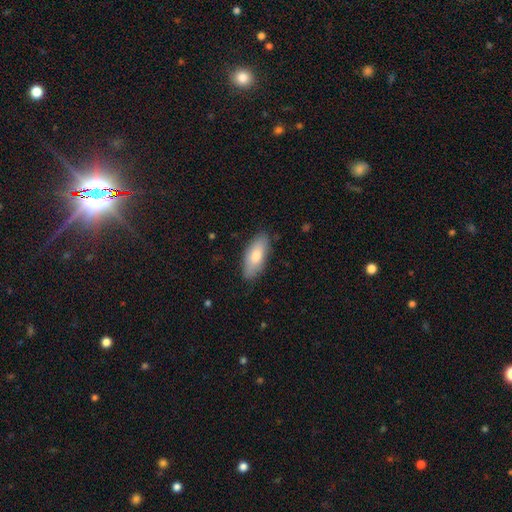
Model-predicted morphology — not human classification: type=smooth (75%); roundness=in between (78%); merging=none (85%).